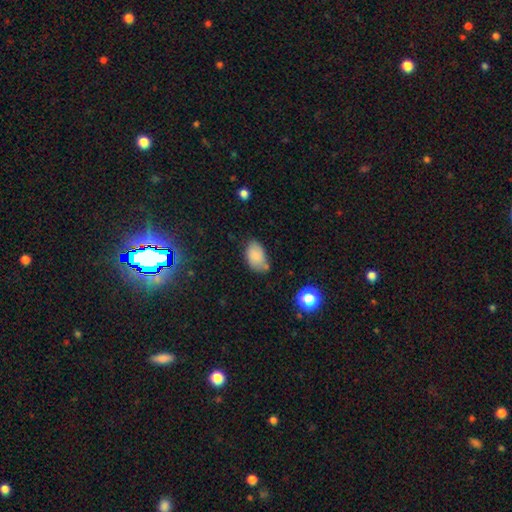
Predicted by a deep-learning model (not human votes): Q: Smooth or featured?
A: smooth (83%); runner-up: star or artifact (9%)
Q: How rounded?
A: in between (91%); runner-up: round (8%)
Q: Merging?
A: none (61%); runner-up: minor disturbance (26%)